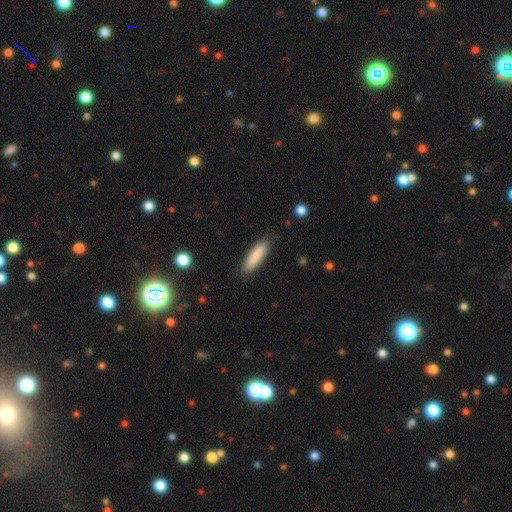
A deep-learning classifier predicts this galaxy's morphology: smooth 87%, featured or disk 7%, star or artifact 6%. Down the decision tree: how rounded — cigar-shaped (62%); merging — none (84%).